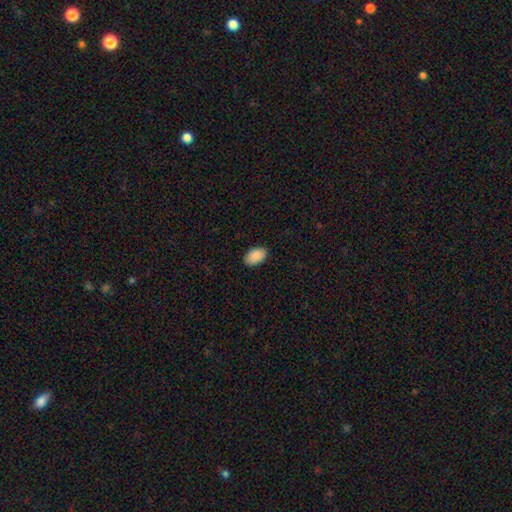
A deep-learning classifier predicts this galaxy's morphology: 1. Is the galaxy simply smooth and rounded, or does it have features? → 91% smooth, 7% star or artifact, 3% featured or disk.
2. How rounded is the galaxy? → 93% in between, 6% round, 1% cigar-shaped.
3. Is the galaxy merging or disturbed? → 89% none, 8% minor disturbance, 2% major disturbance, 1% merger.